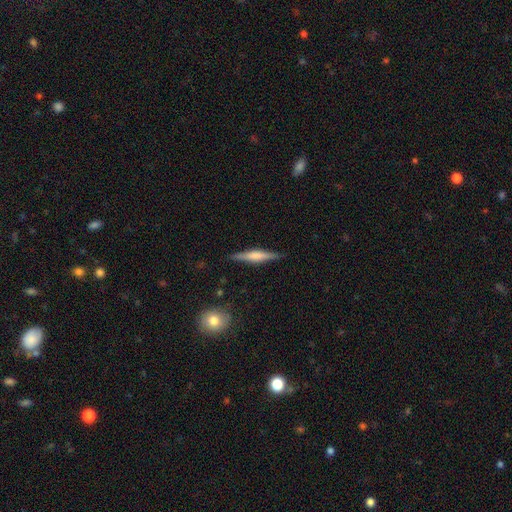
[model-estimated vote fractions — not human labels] Smooth or featured?
  - featured or disk: 57% *
  - smooth: 37%
  - star or artifact: 6%
Edge-on disk?
  - yes: 97% *
  - no: 3%
Edge-on bulge?
  - rounded: 56% *
  - boxy: 27%
  - none: 17%
Merging?
  - none: 89% *
  - minor disturbance: 8%
  - major disturbance: 2%
  - merger: 1%